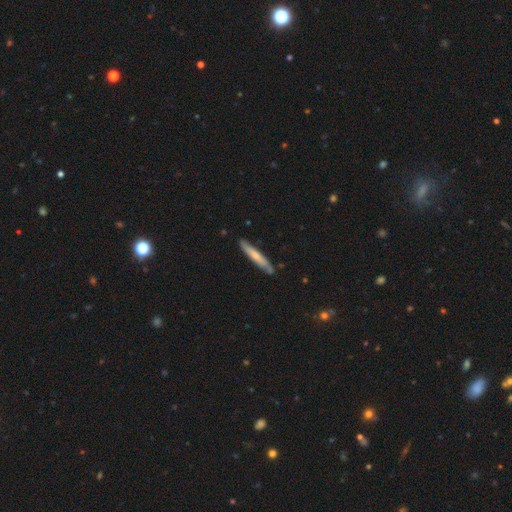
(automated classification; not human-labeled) smooth_or_featured: smooth (p=0.58) [alt: featured or disk p=0.36]
how_rounded: cigar-shaped (p=0.93) [alt: in between p=0.06]
merging: none (p=0.82) [alt: minor disturbance p=0.13]